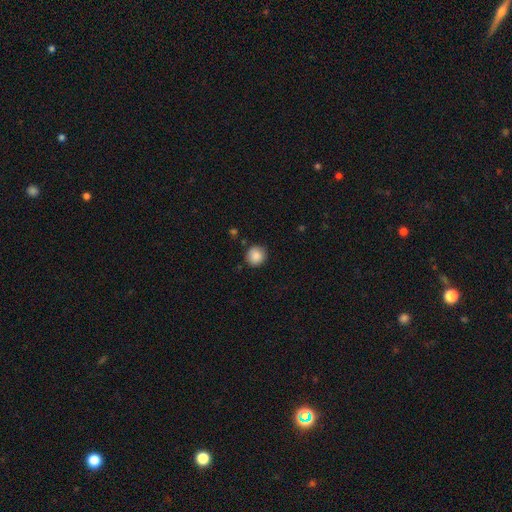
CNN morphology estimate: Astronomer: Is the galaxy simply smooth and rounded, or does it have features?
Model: smooth — 88%.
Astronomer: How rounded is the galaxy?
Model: round — 91%.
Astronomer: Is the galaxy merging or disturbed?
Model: none — 87%.